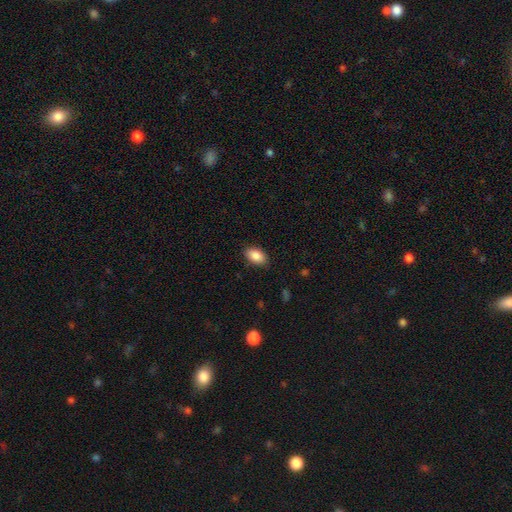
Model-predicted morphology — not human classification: type=smooth (88%); roundness=in between (92%); merging=none (87%).